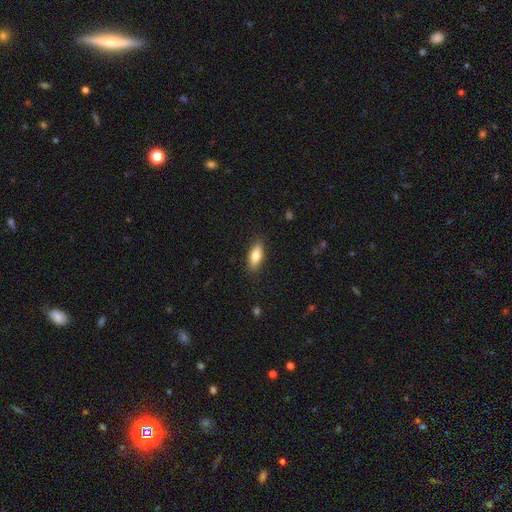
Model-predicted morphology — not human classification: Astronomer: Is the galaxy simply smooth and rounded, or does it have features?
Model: smooth — 78%.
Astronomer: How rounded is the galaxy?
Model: in between — 72%.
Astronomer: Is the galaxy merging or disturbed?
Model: none — 87%.